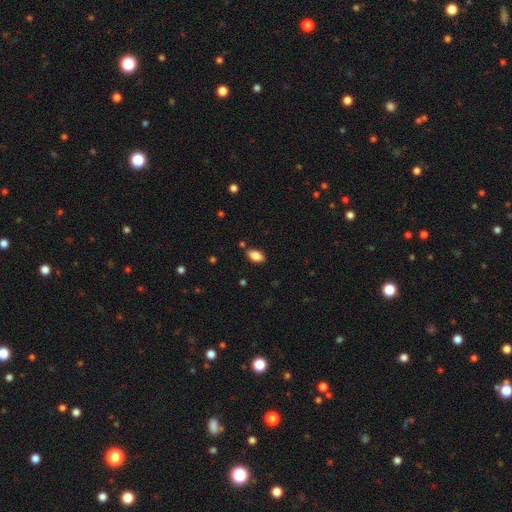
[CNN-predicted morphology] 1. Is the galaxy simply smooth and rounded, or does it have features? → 85% smooth, 8% star or artifact, 7% featured or disk.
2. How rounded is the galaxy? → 92% in between, 5% round, 3% cigar-shaped.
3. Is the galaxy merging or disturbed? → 83% none, 12% minor disturbance, 3% merger, 2% major disturbance.